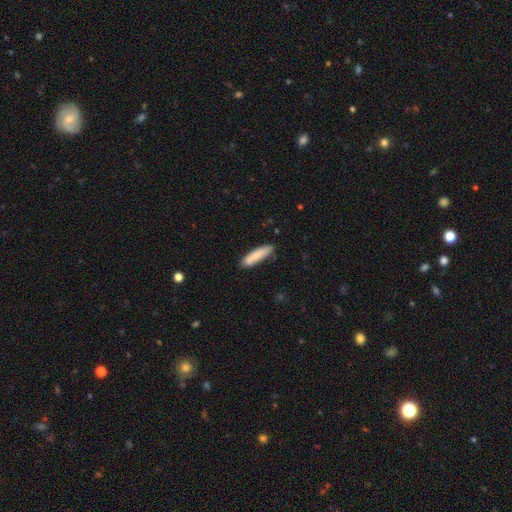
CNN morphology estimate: A smooth galaxy with no disk features (82%) that is cigar-shaped (74%).

Vote fractions:
- Smooth or featured? smooth: 82% / featured or disk: 12% / star or artifact: 6%
- How rounded? cigar-shaped: 74% / in between: 25% / round: 1%
- Merging? none: 79% / minor disturbance: 16% / major disturbance: 3% / merger: 2%